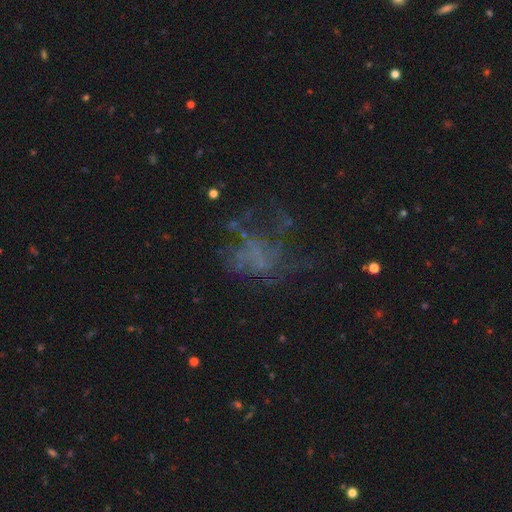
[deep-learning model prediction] Smooth or featured? featured or disk (49%)
Merging? none (42%)